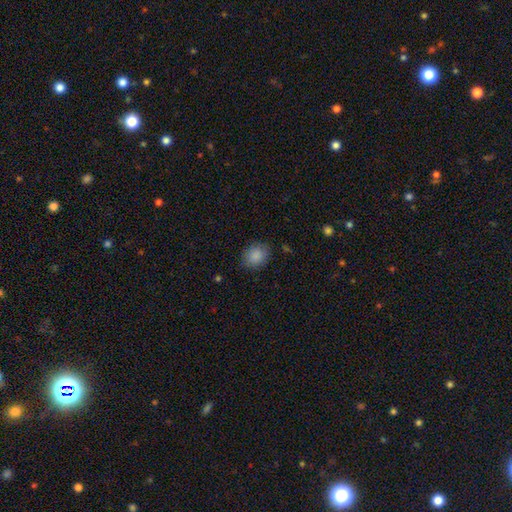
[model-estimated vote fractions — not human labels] smooth 87%, star or artifact 8%, featured or disk 5%. Down the decision tree: how rounded — round (57%); merging — none (82%).